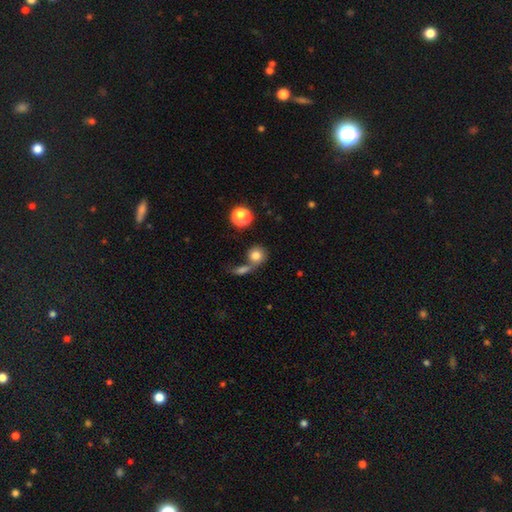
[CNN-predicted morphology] Smooth or featured? Predicted: smooth (p=0.79). How rounded? Predicted: round (p=0.81). Merging? Predicted: merger (p=0.45).